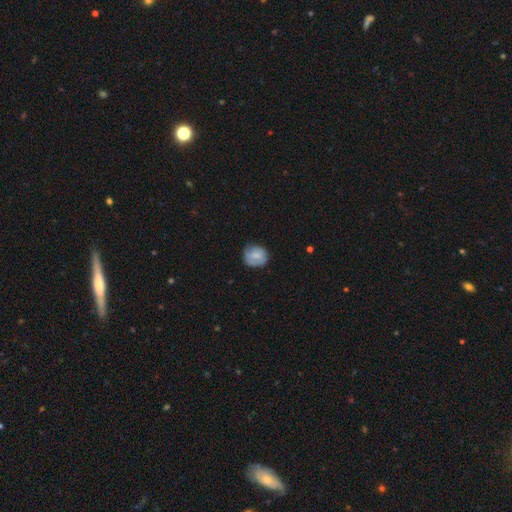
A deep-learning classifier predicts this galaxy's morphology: A smooth galaxy with no disk features (60%) that is round (73%).

Vote fractions:
- Smooth or featured? smooth: 60% / featured or disk: 32% / star or artifact: 7%
- How rounded? round: 73% / in between: 26% / cigar-shaped: 1%
- Merging? none: 65% / minor disturbance: 26% / major disturbance: 8% / merger: 1%